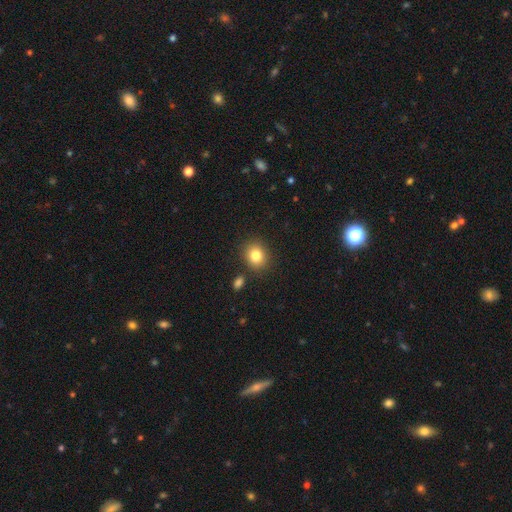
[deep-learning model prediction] Overall: smooth (82%). How rounded: round (63%; in between 36%). Merging: none (84%).